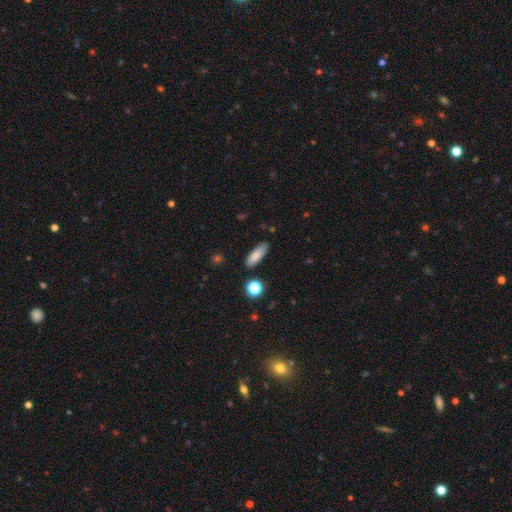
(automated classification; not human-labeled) Morphology: type=smooth (83%); roundness=in between (58%); merging=none (84%).